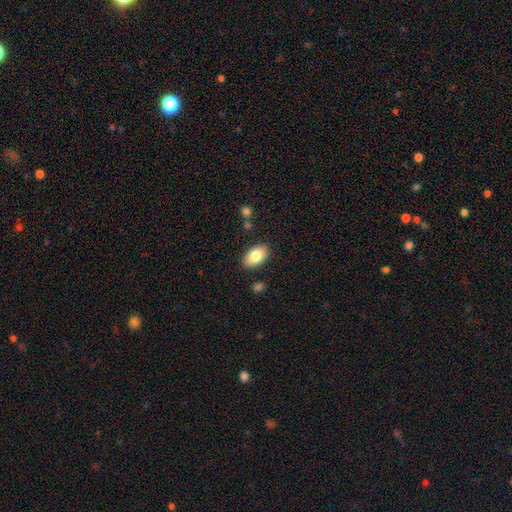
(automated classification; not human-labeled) This appears to be a smooth galaxy with no disk features (82%) that is in between round and cigar-shaped (93%). Merging: none (86%).